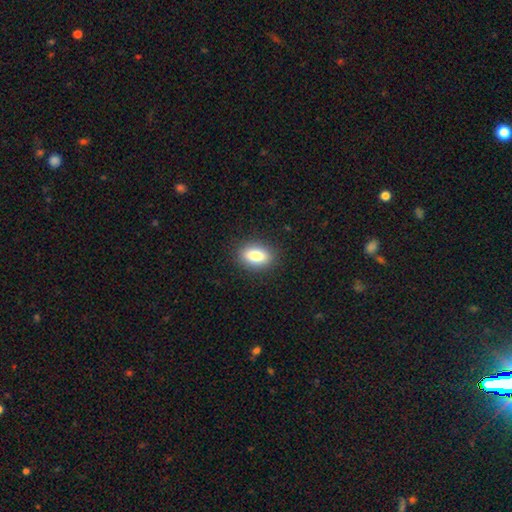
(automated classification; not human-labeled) Smooth or featured: smooth — 83% (featured or disk — 9%)
How rounded: in between — 86% (round — 10%)
Merging: none — 88% (minor disturbance — 9%)